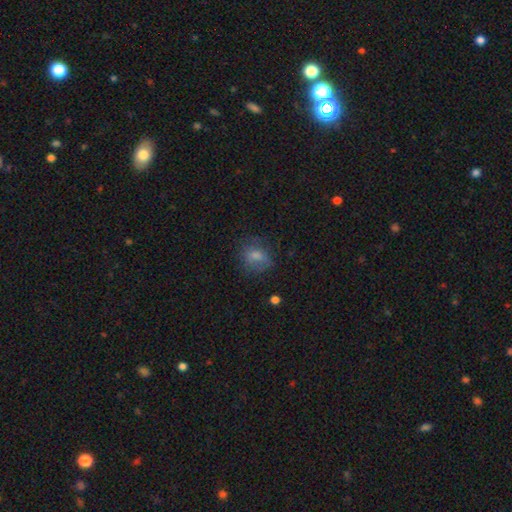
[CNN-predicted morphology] Smooth or featured? Predicted: smooth (p=0.71). How rounded? Predicted: round (p=0.50). Merging? Predicted: none (p=0.58).